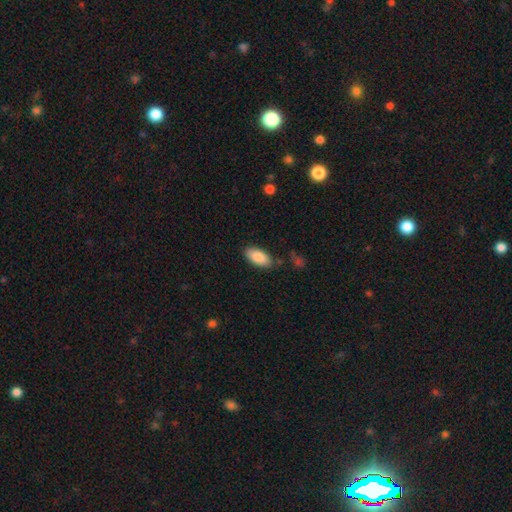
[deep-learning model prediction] This is clearly a smooth galaxy (87%). How rounded: clearly in between (92%). Merging: clearly none (82%).